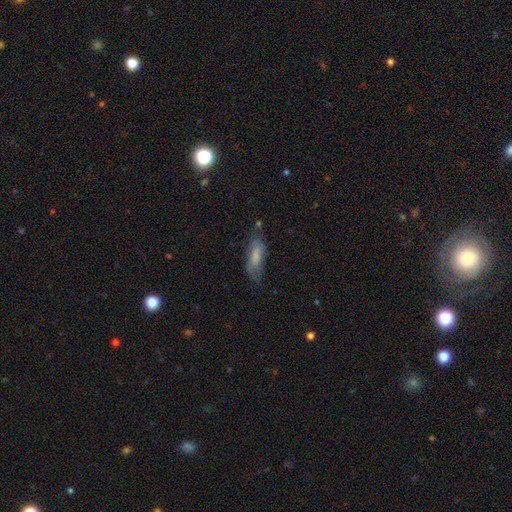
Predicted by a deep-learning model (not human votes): Overall: smooth (63%; featured or disk 29%). How rounded: in between (60%; cigar-shaped 38%). Merging: none (54%; minor disturbance 29%).